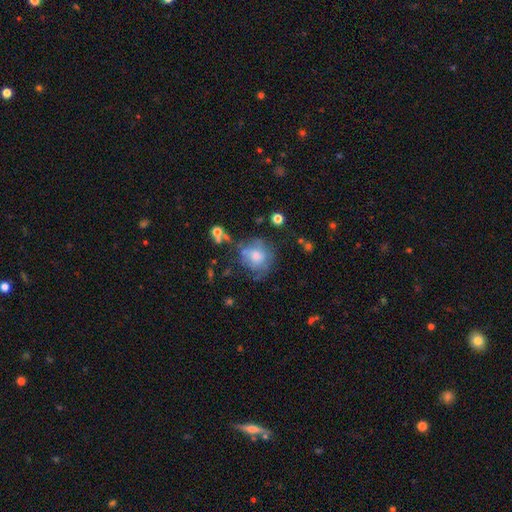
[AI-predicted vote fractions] Q: Smooth or featured?
A: smooth (53%); runner-up: featured or disk (35%)
Q: How rounded?
A: round (80%); runner-up: in between (19%)
Q: Merging?
A: none (51%); runner-up: minor disturbance (25%)